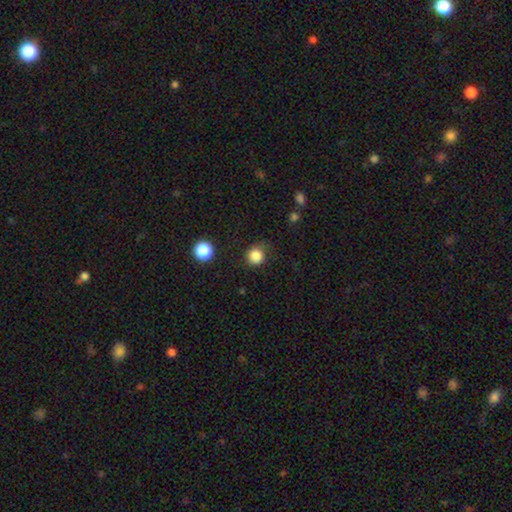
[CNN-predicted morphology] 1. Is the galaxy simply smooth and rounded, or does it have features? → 84% smooth, 12% star or artifact, 4% featured or disk.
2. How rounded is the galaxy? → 89% round, 10% in between, 1% cigar-shaped.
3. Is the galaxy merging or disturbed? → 70% none, 19% minor disturbance, 9% major disturbance, 2% merger.